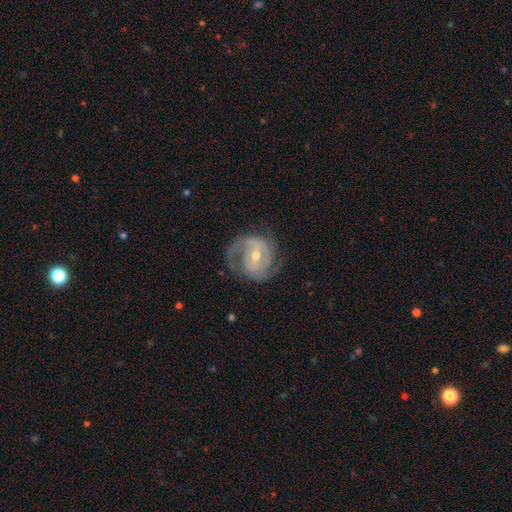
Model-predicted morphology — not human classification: Overall: featured or disk (88%). Edge-on disk: no (97%). Bar: weak (42%; no 37%). Spiral arms: yes (96%). Spiral arm count: 2 (66%). Spiral winding: tight (45%; medium 43%). Bulge size: moderate (54%; small 43%). Merging: none (71%).